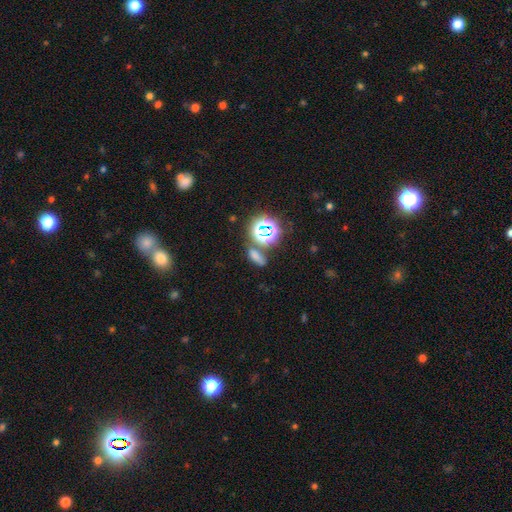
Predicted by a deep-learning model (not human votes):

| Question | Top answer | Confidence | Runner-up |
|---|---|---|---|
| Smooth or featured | smooth | 57% | star or artifact (34%) |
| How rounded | in between | 65% | cigar-shaped (18%) |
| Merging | none | 66% | merger (16%) |